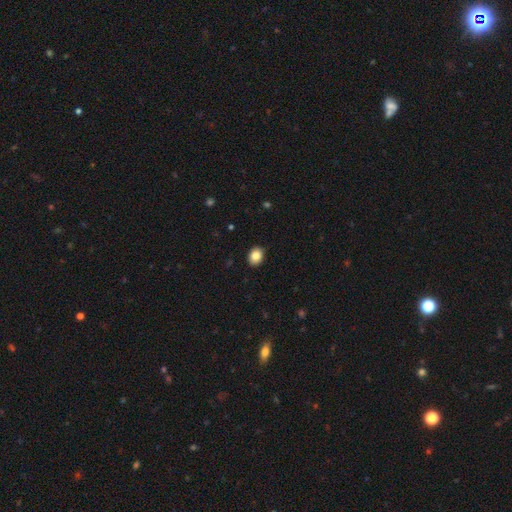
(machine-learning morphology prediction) Smooth or featured? Predicted: smooth (p=0.85). How rounded? Predicted: in between (p=0.63). Merging? Predicted: none (p=0.90).